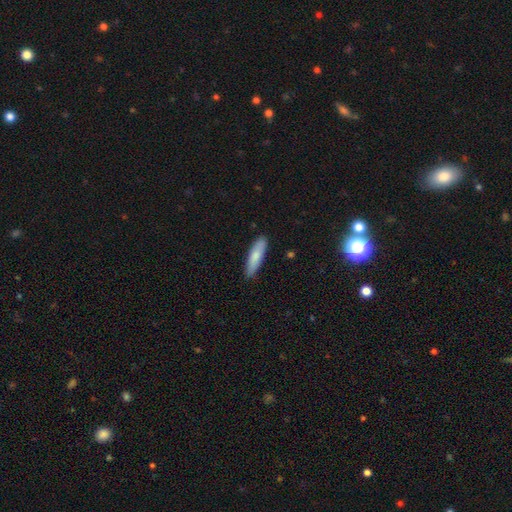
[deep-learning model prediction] Smooth or featured? Predicted: smooth (p=0.80). How rounded? Predicted: cigar-shaped (p=0.69). Merging? Predicted: none (p=0.87).